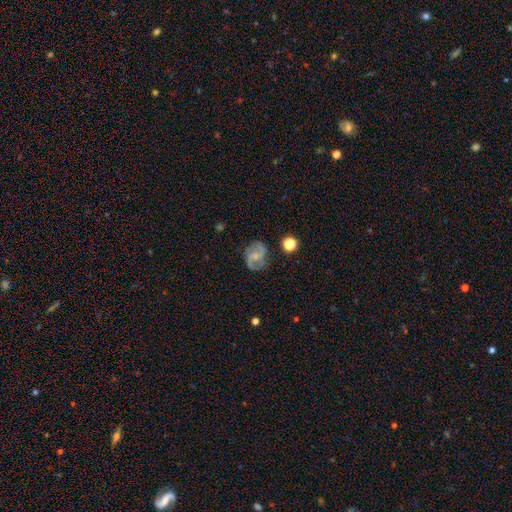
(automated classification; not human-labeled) smooth_or_featured: featured or disk (p=0.73) [alt: smooth p=0.19]
disk_edge_on: no (p=0.98) [alt: yes p=0.02]
bar: no (p=0.48) [alt: weak p=0.42]
has_spiral_arms: yes (p=0.92) [alt: no p=0.08]
spiral_winding: medium (p=0.49) [alt: loose p=0.31]
spiral_arm_count: 2 (p=0.80) [alt: can't tell p=0.08]
bulge_size: small (p=0.58) [alt: moderate p=0.29]
merging: none (p=0.70) [alt: minor disturbance p=0.19]